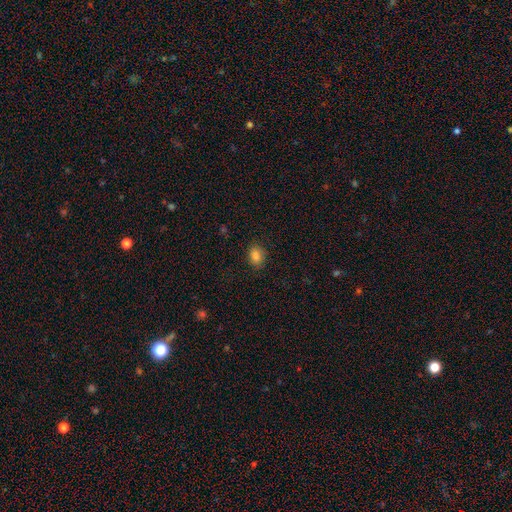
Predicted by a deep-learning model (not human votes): A smooth galaxy with no disk features (85%) that is in between round and cigar-shaped (62%).

Vote fractions:
- Smooth or featured? smooth: 85% / star or artifact: 11% / featured or disk: 5%
- How rounded? in between: 62% / round: 37% / cigar-shaped: 1%
- Merging? none: 86% / minor disturbance: 10% / major disturbance: 3% / merger: 1%